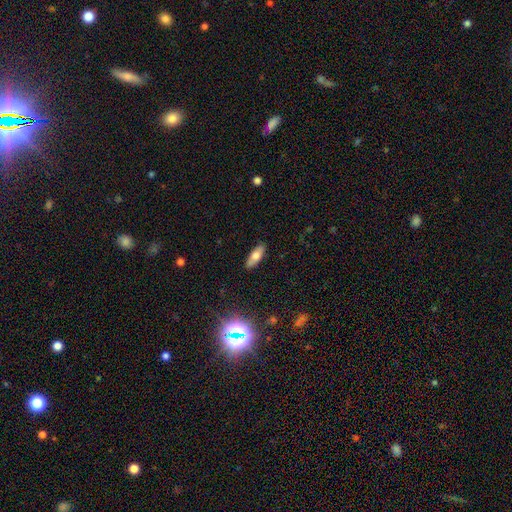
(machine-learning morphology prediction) This appears to be a smooth galaxy with no disk features (65%) that is in between round and cigar-shaped (66%). Merging: none (86%).